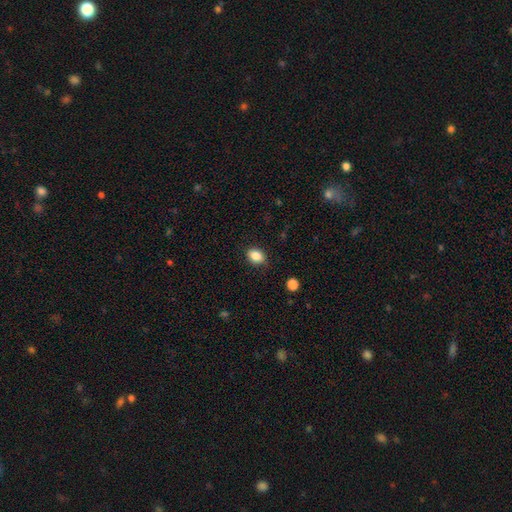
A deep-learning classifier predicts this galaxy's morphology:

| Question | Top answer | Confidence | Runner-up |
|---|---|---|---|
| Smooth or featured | smooth | 87% | star or artifact (9%) |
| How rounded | in between | 71% | round (28%) |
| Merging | none | 84% | minor disturbance (12%) |